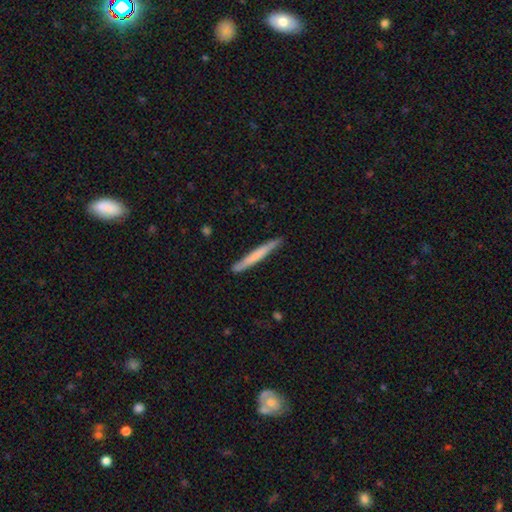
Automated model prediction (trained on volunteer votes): smooth_or_featured: smooth (p=0.63) [alt: featured or disk p=0.32]
how_rounded: cigar-shaped (p=0.97) [alt: in between p=0.02]
merging: none (p=0.87) [alt: minor disturbance p=0.10]